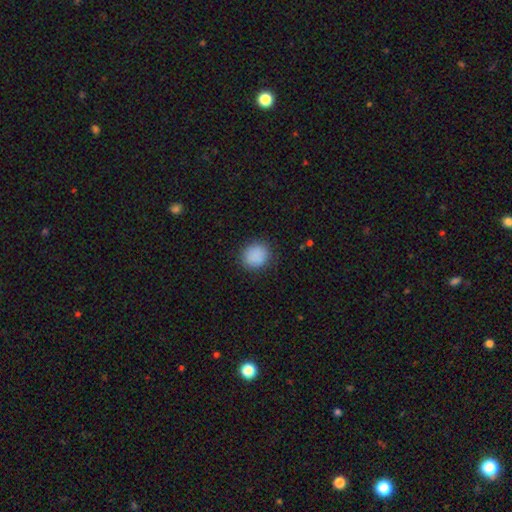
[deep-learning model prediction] Smooth or featured: smooth — 88% (star or artifact — 9%)
How rounded: round — 76% (in between — 23%)
Merging: none — 86% (minor disturbance — 10%)